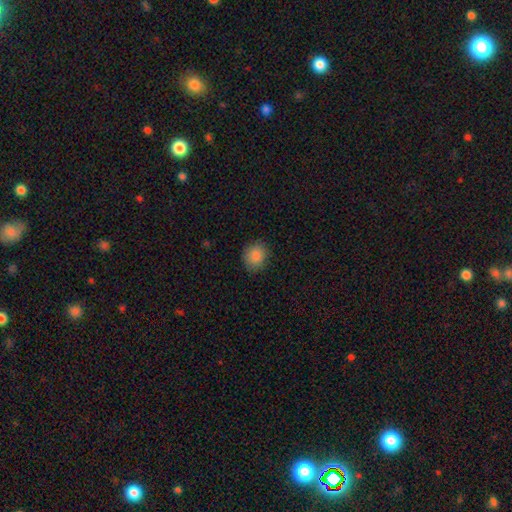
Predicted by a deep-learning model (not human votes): Smooth or featured? smooth (87%)
How rounded? round (73%)
Merging? none (87%)